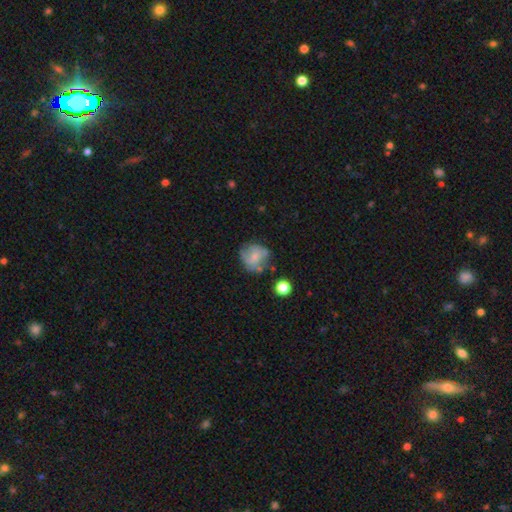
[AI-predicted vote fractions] Smooth or featured? Predicted: smooth (p=0.46). Merging? Predicted: none (p=0.54).